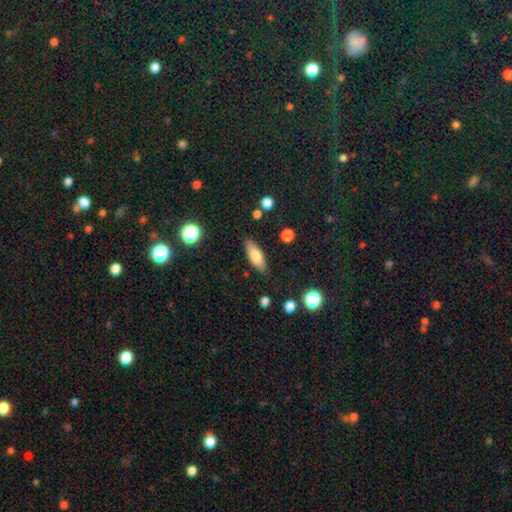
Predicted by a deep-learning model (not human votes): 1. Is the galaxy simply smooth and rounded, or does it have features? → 74% smooth, 19% featured or disk, 7% star or artifact.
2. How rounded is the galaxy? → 65% in between, 32% cigar-shaped, 3% round.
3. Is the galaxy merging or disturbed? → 84% none, 11% minor disturbance, 3% major disturbance, 2% merger.